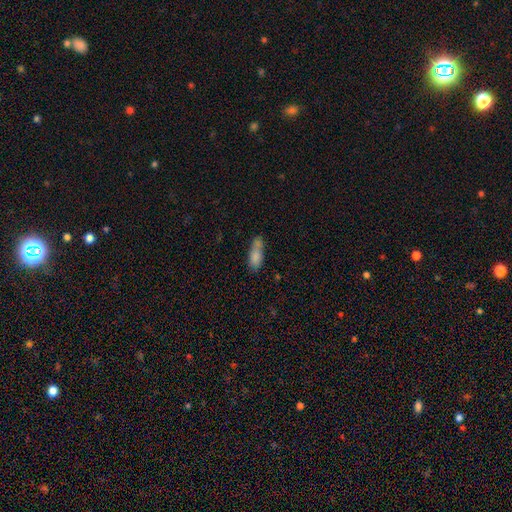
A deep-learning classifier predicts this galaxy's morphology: Smooth or featured: smooth — 79% (featured or disk — 12%)
How rounded: in between — 70% (cigar-shaped — 27%)
Merging: none — 42% (merger — 29%)